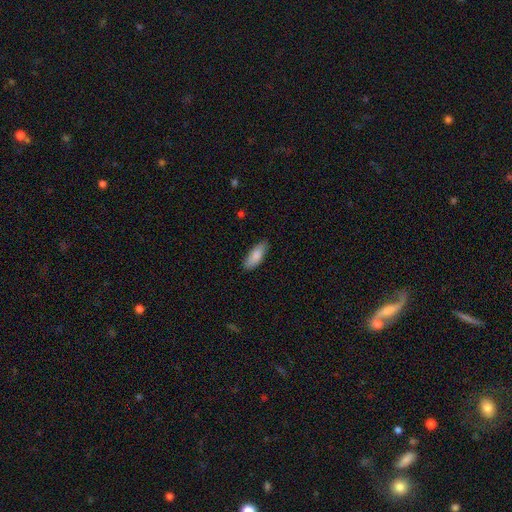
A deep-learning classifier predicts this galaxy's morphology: Smooth or featured: smooth — 85% (featured or disk — 10%)
How rounded: in between — 71% (cigar-shaped — 27%)
Merging: none — 85% (minor disturbance — 12%)